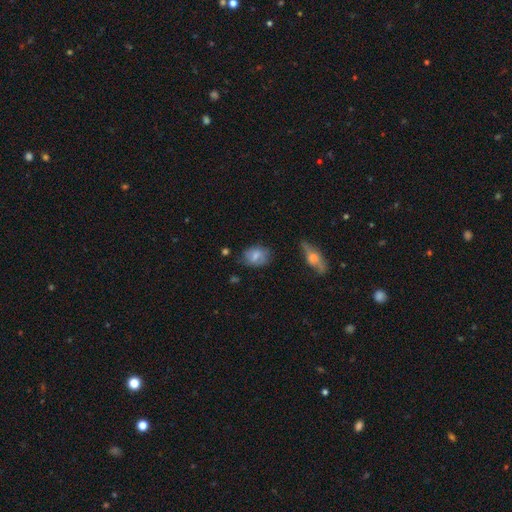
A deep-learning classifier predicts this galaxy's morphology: Overall: smooth (65%; featured or disk 27%). How rounded: in between (73%). Merging: none (69%).